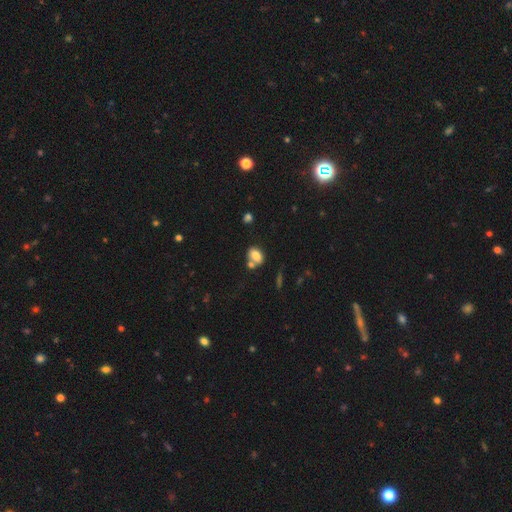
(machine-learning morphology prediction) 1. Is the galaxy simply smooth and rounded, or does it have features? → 80% smooth, 11% featured or disk, 10% star or artifact.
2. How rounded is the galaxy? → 81% in between, 17% round, 2% cigar-shaped.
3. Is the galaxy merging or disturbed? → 47% none, 33% merger, 15% minor disturbance, 6% major disturbance.